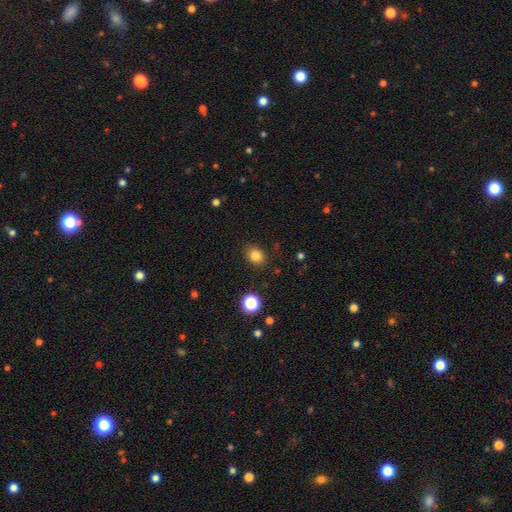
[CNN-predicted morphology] smooth_or_featured: smooth (p=0.82) [alt: star or artifact p=0.12]
how_rounded: in between (p=0.55) [alt: round p=0.44]
merging: none (p=0.86) [alt: minor disturbance p=0.10]